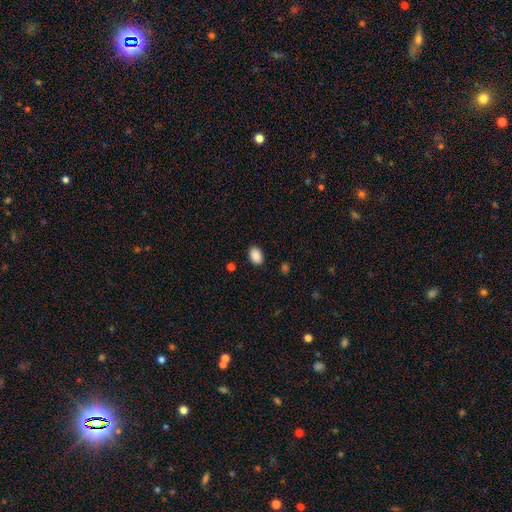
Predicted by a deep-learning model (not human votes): Smooth or featured? Predicted: smooth (p=0.90). How rounded? Predicted: in between (p=0.85). Merging? Predicted: none (p=0.88).